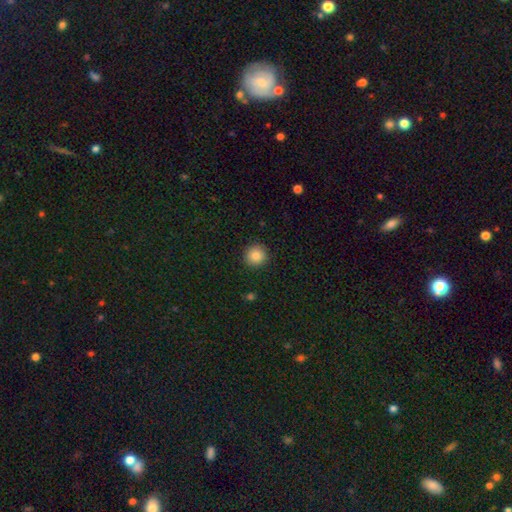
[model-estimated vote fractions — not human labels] The model was most divided on "smooth or featured": smooth: 85%, star or artifact: 10%, featured or disk: 5%. More confident: how rounded — round (94%); merging — none (91%).